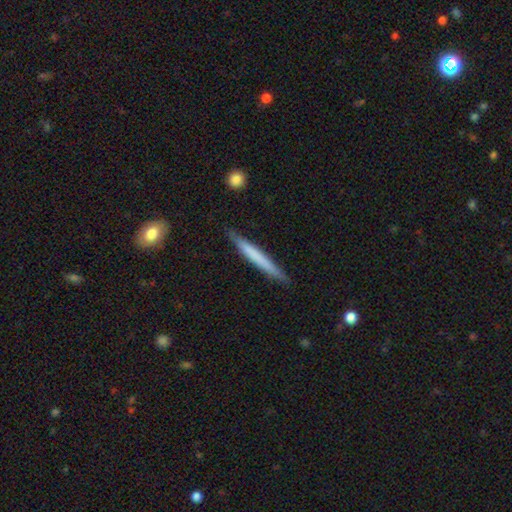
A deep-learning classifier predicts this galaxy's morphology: This appears to be a smooth galaxy with no disk features (58%) that is cigar-shaped (97%). Merging: none (87%).